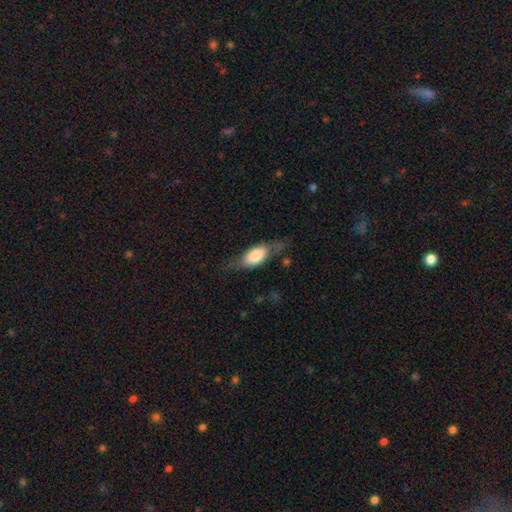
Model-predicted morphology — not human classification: smooth 62%, featured or disk 31%, star or artifact 7%. Down the decision tree: how rounded — in between (78%); merging — none (56%).